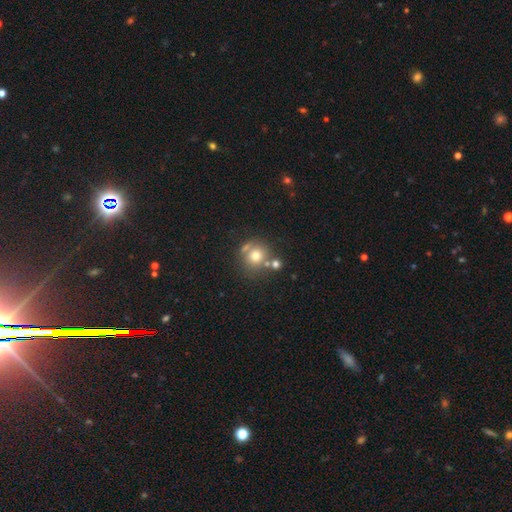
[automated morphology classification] Q: Smooth or featured?
A: smooth (72%); runner-up: featured or disk (15%)
Q: How rounded?
A: round (88%); runner-up: in between (11%)
Q: Merging?
A: none (60%); runner-up: merger (23%)